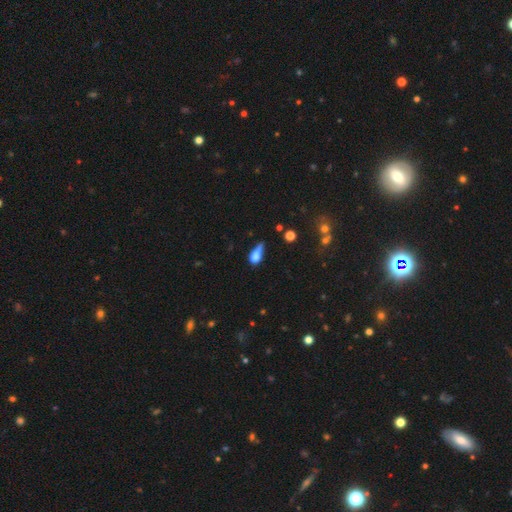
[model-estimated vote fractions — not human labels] This is likely a smooth galaxy (70%). How rounded: likely in between (72%). Merging: marginally minor disturbance (35%).